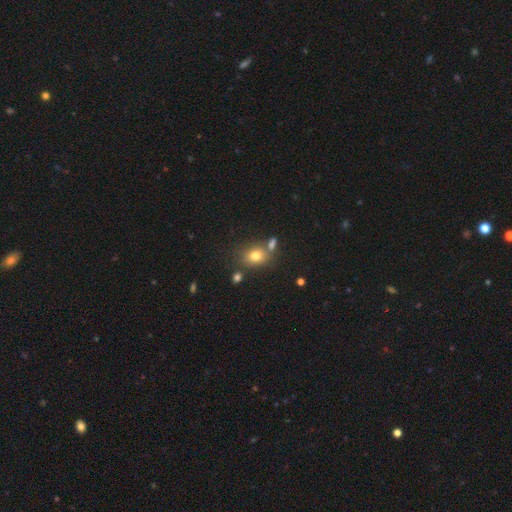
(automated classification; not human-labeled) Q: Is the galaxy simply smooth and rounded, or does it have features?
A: smooth — 76%.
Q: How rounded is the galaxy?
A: in between — 53%.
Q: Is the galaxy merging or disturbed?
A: none — 66%.